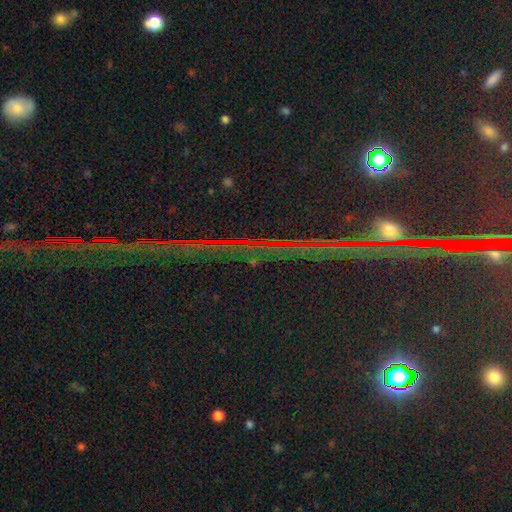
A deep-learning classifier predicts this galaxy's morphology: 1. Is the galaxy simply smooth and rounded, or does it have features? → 85% star or artifact, 8% featured or disk, 7% smooth.